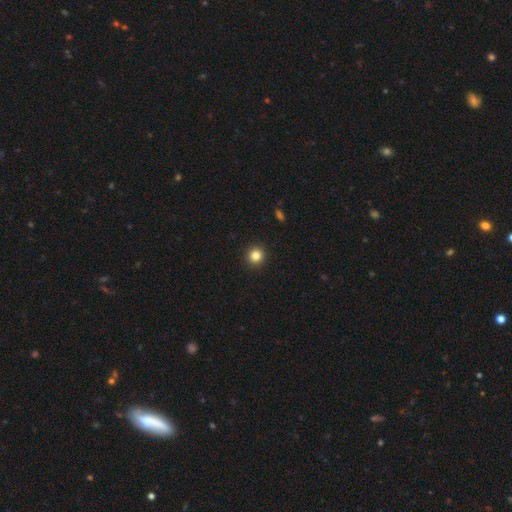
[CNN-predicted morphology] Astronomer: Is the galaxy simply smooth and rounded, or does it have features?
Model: smooth — 84%.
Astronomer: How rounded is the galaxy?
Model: round — 93%.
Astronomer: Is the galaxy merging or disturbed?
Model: none — 93%.